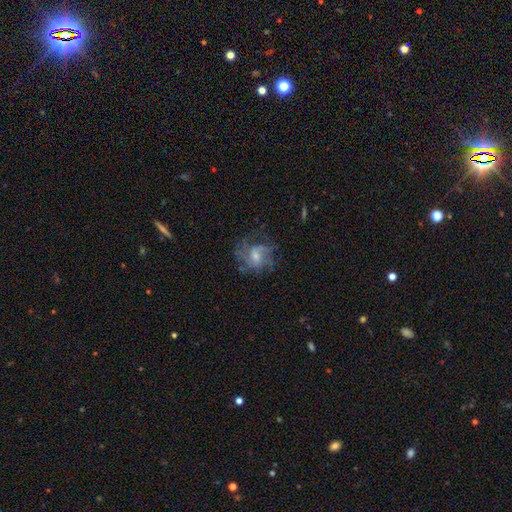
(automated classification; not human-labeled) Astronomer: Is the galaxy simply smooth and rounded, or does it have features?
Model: featured or disk — 68%.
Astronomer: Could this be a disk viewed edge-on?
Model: no — 98%.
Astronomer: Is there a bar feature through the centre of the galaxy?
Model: no — 56% (runner-up: weak, 38%).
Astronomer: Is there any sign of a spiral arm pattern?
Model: yes — 80%.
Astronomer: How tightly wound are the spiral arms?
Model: medium — 44% (runner-up: tight, 30%).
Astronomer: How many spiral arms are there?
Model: can't tell — 39% (runner-up: 2, 22%).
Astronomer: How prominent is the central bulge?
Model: small — 47% (runner-up: moderate, 43%).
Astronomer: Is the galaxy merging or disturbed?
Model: none — 56%.